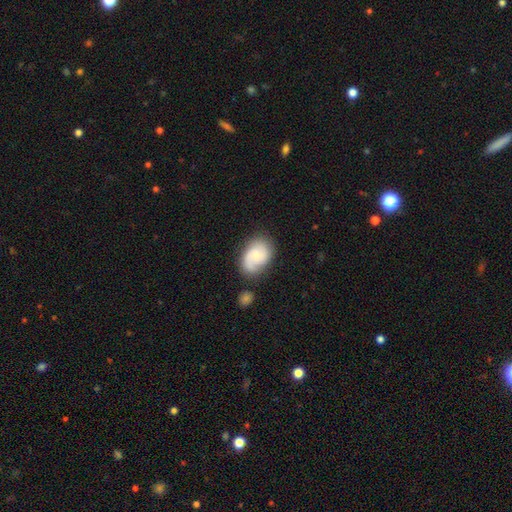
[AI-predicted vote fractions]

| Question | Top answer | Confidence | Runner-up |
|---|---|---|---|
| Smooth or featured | featured or disk | 53% | smooth (40%) |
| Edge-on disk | no | 97% | yes (3%) |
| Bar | no | 73% | weak (24%) |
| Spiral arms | yes | 86% | no (14%) |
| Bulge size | small | 53% | moderate (40%) |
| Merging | none | 65% | minor disturbance (22%) |